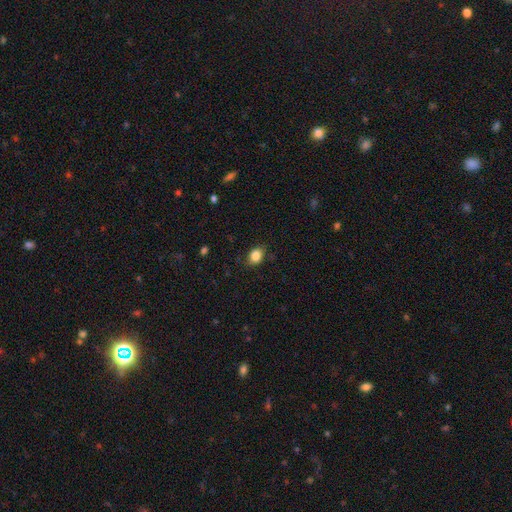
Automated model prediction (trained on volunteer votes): Smooth or featured? smooth (85%)
How rounded? in between (56%)
Merging? none (81%)